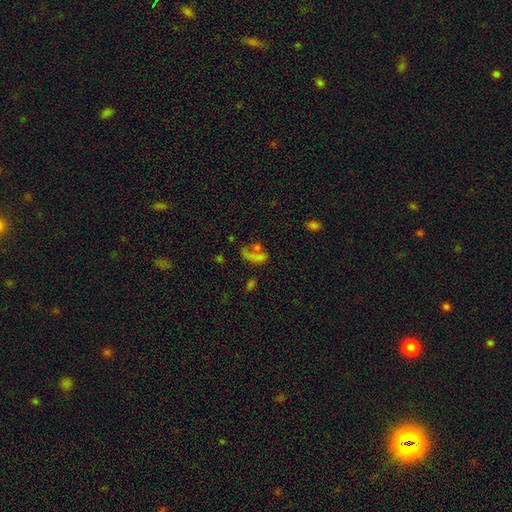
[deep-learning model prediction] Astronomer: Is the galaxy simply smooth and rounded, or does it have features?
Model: smooth — 58%.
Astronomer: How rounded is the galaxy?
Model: in between — 72%.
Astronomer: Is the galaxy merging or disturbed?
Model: none — 33%, tied with merger at 33%.